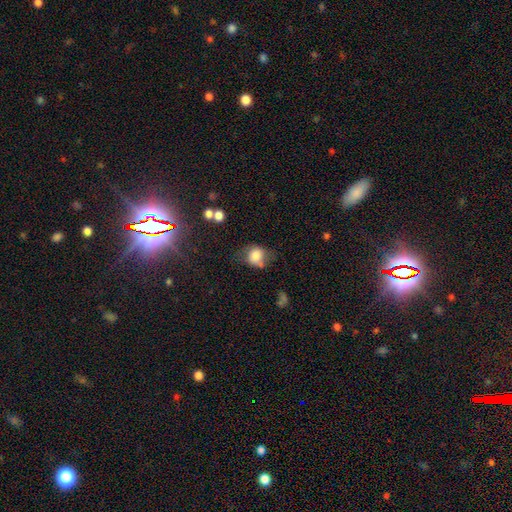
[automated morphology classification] type=smooth (74%); roundness=round (58%); merging=none (44%).